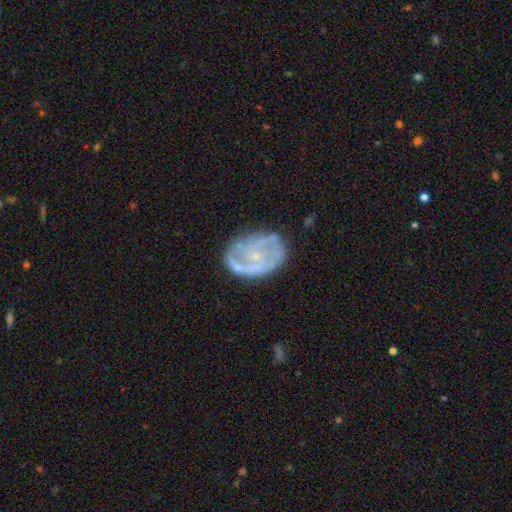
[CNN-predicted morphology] This appears to be a featured or disk galaxy (70%) with no bar (75%), spiral arms (62%) and a small central bulge (77%). Merging: none (60%).